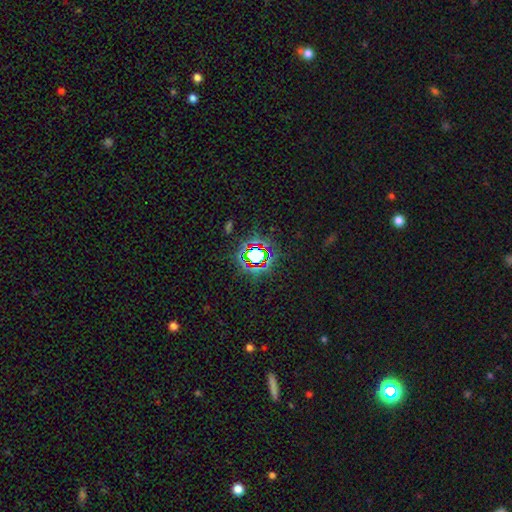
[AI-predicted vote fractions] A star or artifact, not a galaxy (72%).